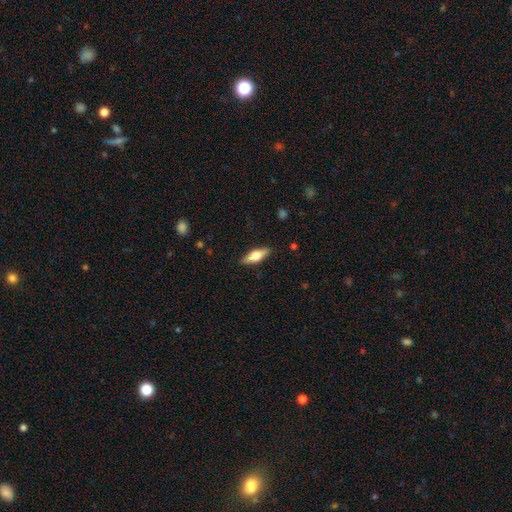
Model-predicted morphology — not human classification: Smooth or featured?
  - smooth: 53% *
  - featured or disk: 40%
  - star or artifact: 6%
How rounded?
  - in between: 55% *
  - cigar-shaped: 42%
  - round: 3%
Merging?
  - none: 88% *
  - minor disturbance: 9%
  - major disturbance: 2%
  - merger: 1%